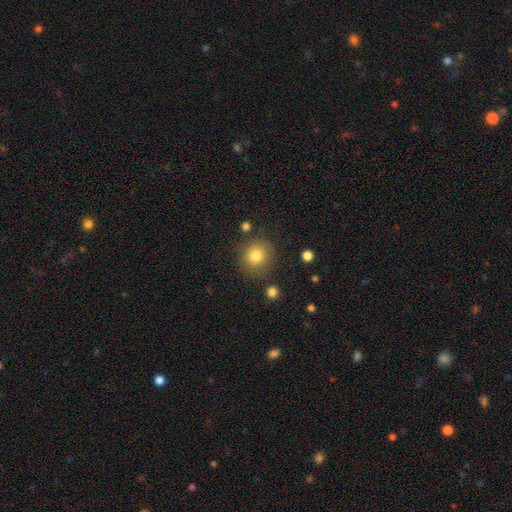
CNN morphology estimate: The model was most divided on "smooth or featured": smooth: 81%, star or artifact: 11%, featured or disk: 8%. More confident: how rounded — round (90%); merging — none (83%).